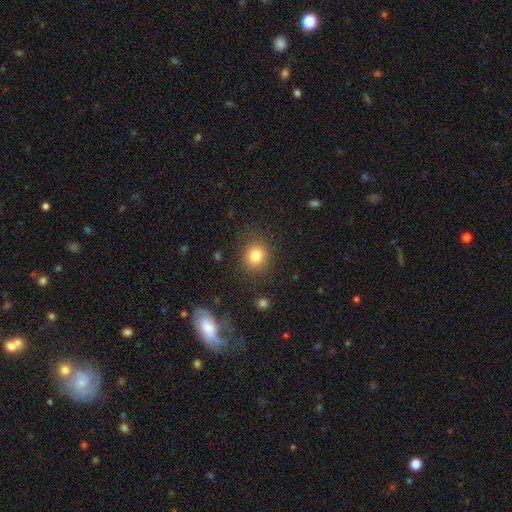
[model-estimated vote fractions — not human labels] The model was most divided on "how rounded": round: 84%, in between: 15%, cigar-shaped: 1%. More confident: merging — none (85%); smooth or featured — smooth (82%).